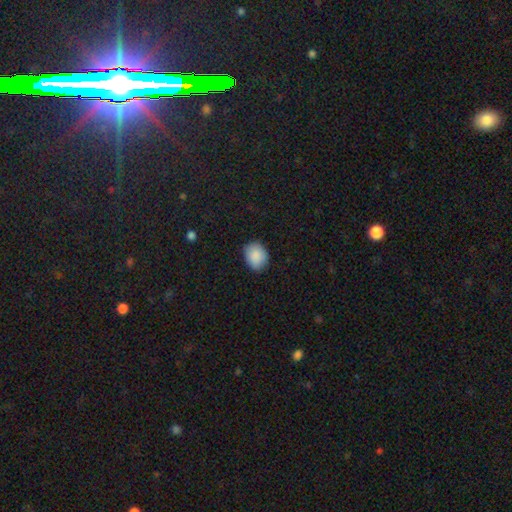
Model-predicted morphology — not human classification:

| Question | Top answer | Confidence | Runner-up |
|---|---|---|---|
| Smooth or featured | smooth | 88% | star or artifact (7%) |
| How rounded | in between | 53% | round (46%) |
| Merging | none | 81% | minor disturbance (16%) |